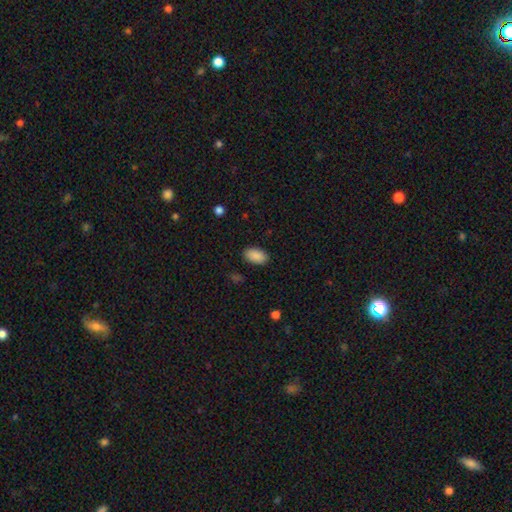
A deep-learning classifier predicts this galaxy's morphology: Overall: smooth (90%). How rounded: in between (94%). Merging: none (88%).